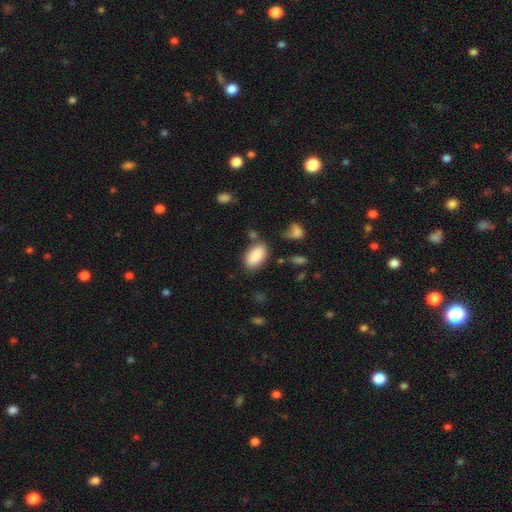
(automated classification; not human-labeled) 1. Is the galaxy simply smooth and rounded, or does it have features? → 87% smooth, 7% star or artifact, 7% featured or disk.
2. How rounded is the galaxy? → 94% in between, 4% round, 2% cigar-shaped.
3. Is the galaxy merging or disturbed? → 72% none, 16% minor disturbance, 7% merger, 5% major disturbance.